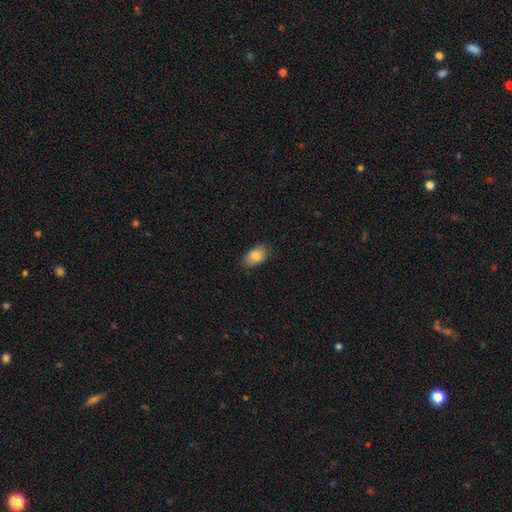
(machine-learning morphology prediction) A smooth galaxy with no disk features (83%) that is in between round and cigar-shaped (88%). Merging: none (78%).